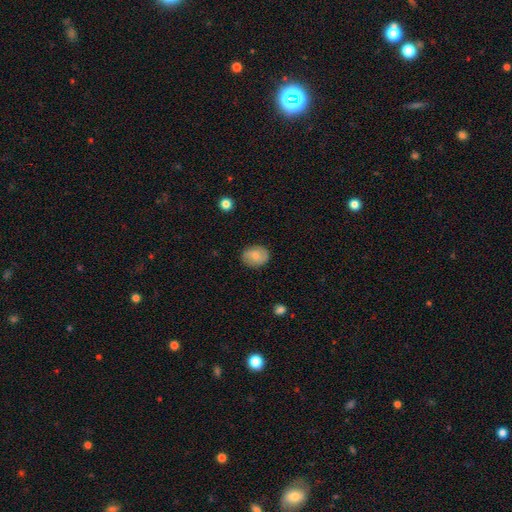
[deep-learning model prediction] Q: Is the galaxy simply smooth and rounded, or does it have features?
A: smooth — 73%.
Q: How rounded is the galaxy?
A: round — 51%.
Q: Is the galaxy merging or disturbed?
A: none — 83%.